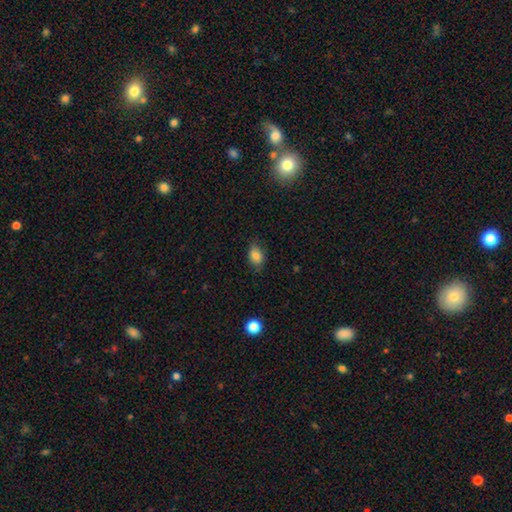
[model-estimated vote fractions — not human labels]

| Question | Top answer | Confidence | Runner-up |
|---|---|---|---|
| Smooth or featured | smooth | 80% | star or artifact (10%) |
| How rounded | in between | 75% | round (24%) |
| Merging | none | 75% | minor disturbance (20%) |